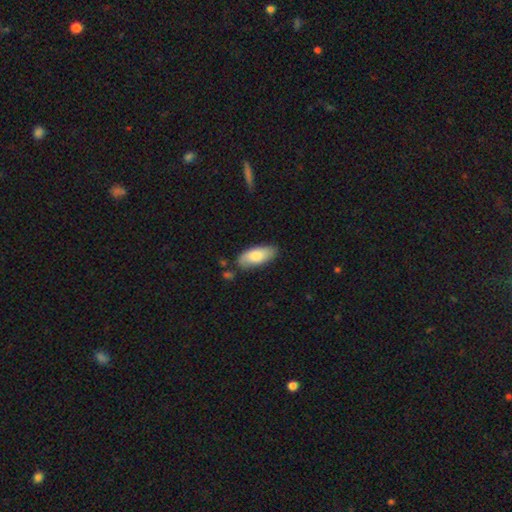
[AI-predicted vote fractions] Smooth or featured? smooth (82%)
How rounded? in between (86%)
Merging? none (77%)